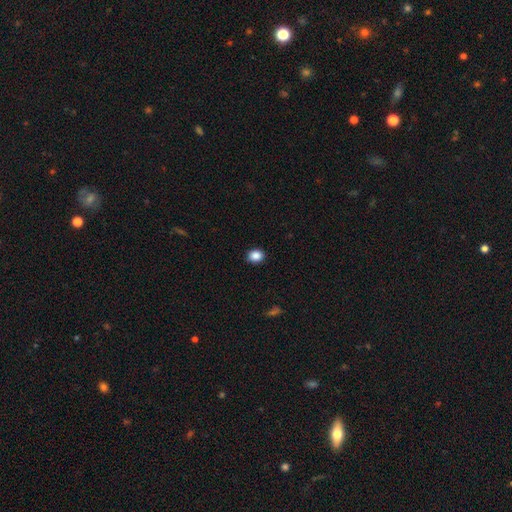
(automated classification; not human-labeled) Morphology: type=smooth (88%); roundness=round (54%); merging=none (90%).